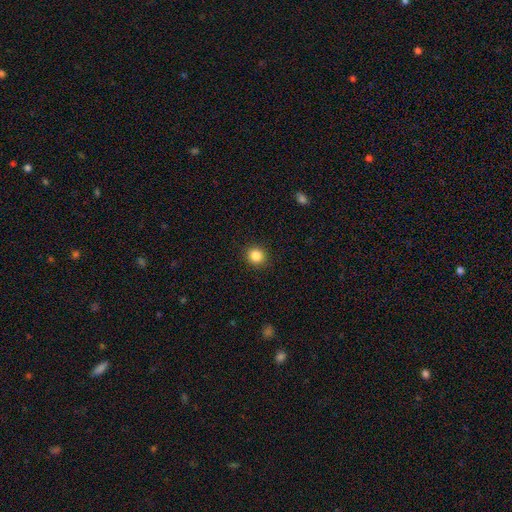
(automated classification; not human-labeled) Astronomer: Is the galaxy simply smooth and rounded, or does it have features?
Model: smooth — 86%.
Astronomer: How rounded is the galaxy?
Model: round — 86%.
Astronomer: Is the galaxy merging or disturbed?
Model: none — 91%.